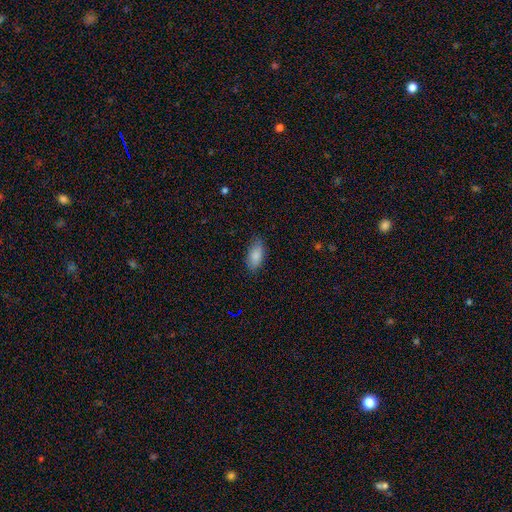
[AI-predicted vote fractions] Smooth or featured? Predicted: smooth (p=0.86). How rounded? Predicted: in between (p=0.89). Merging? Predicted: none (p=0.83).